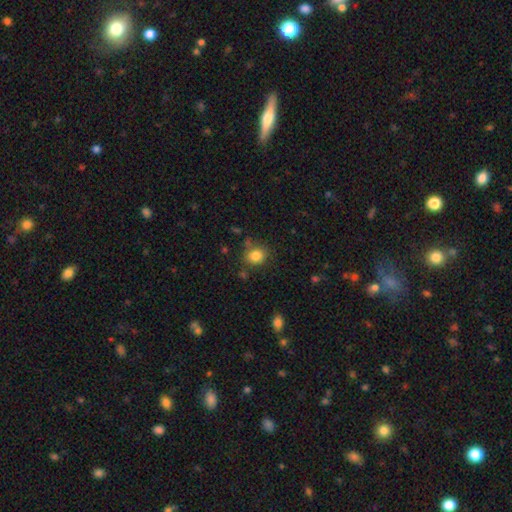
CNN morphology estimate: This is clearly a smooth galaxy (84%). How rounded: likely round (71%). Merging: likely none (75%).